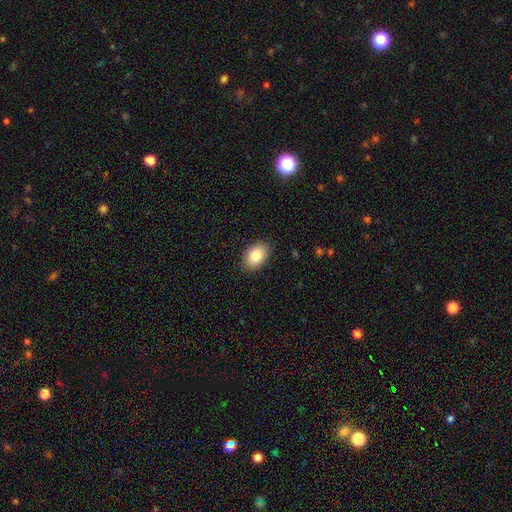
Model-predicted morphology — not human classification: A smooth galaxy with no disk features (84%) that is in between round and cigar-shaped (87%). Merging: none (88%).